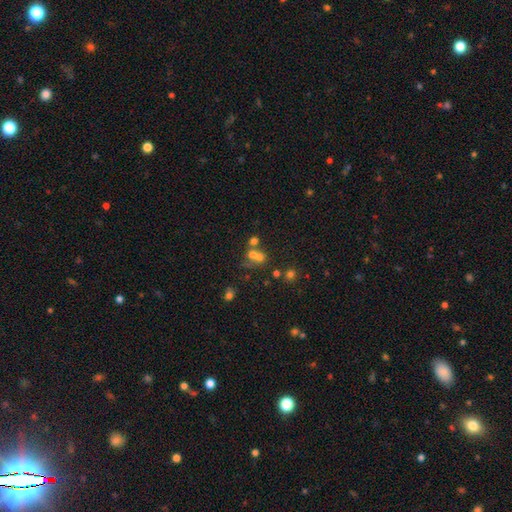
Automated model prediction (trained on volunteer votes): Smooth or featured? smooth (60%)
How rounded? round (70%)
Merging? merger (57%)